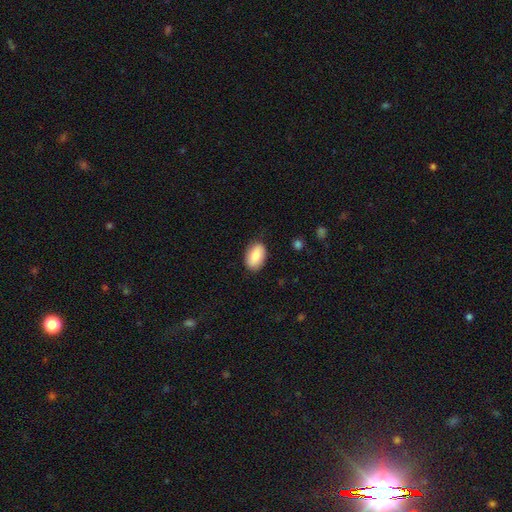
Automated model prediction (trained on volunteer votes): Smooth or featured?
  - smooth: 82% *
  - featured or disk: 12%
  - star or artifact: 6%
How rounded?
  - in between: 92% *
  - round: 7%
  - cigar-shaped: 2%
Merging?
  - none: 83% *
  - minor disturbance: 13%
  - major disturbance: 3%
  - merger: 1%